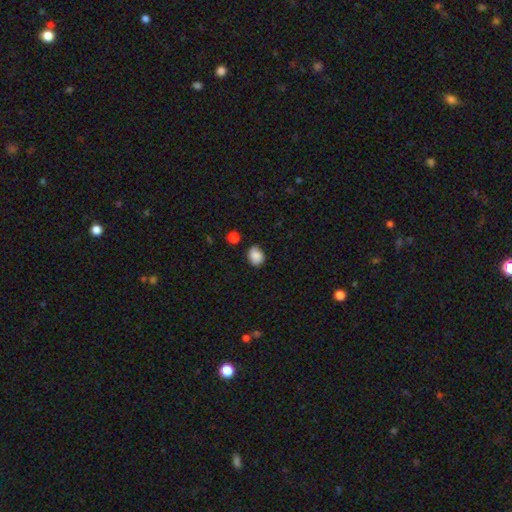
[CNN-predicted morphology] Q: Smooth or featured?
A: smooth (85%); runner-up: star or artifact (9%)
Q: How rounded?
A: in between (52%); runner-up: round (47%)
Q: Merging?
A: none (75%); runner-up: minor disturbance (20%)